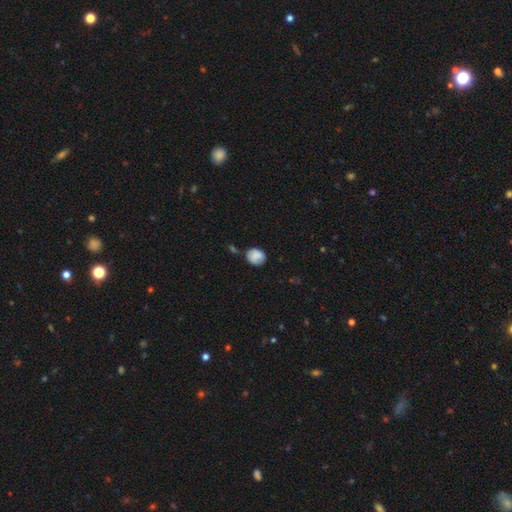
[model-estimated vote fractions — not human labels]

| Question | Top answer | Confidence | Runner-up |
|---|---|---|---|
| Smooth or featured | smooth | 82% | featured or disk (9%) |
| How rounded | round | 68% | in between (31%) |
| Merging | none | 65% | minor disturbance (24%) |